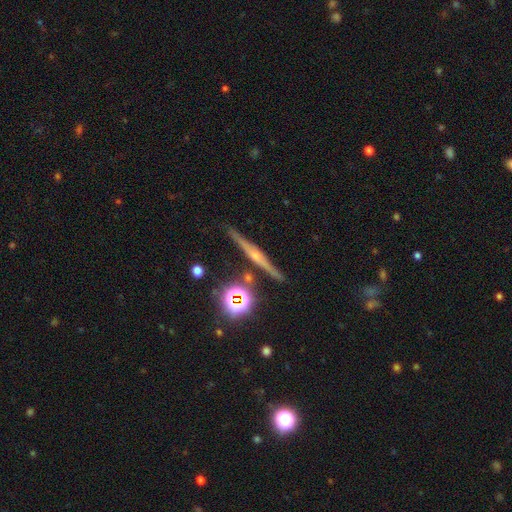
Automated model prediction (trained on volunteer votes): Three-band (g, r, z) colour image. It shows a featured or disk galaxy (71%) viewed edge-on (97%) with a rounded central bulge (82%). Merging: none (88%).